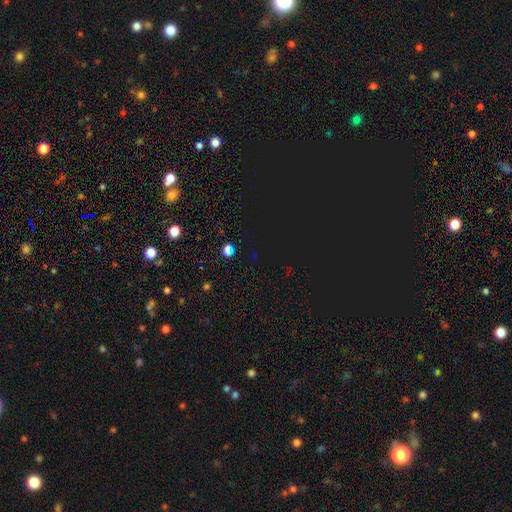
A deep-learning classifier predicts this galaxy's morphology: This appears to be a star or artifact, not a galaxy (71%).